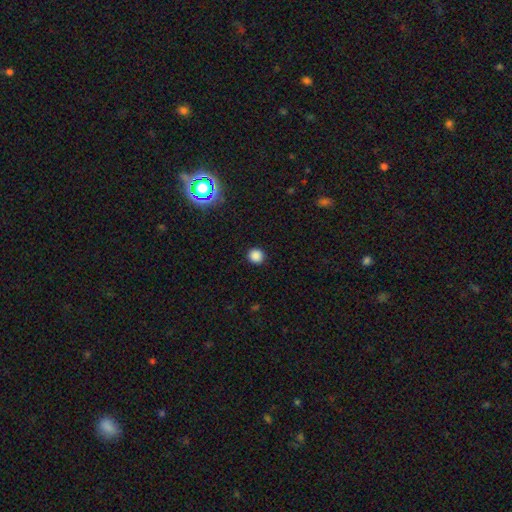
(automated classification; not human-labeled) smooth_or_featured: smooth (p=0.85) [alt: star or artifact p=0.13]
how_rounded: round (p=0.92) [alt: in between p=0.07]
merging: none (p=0.91) [alt: minor disturbance p=0.06]